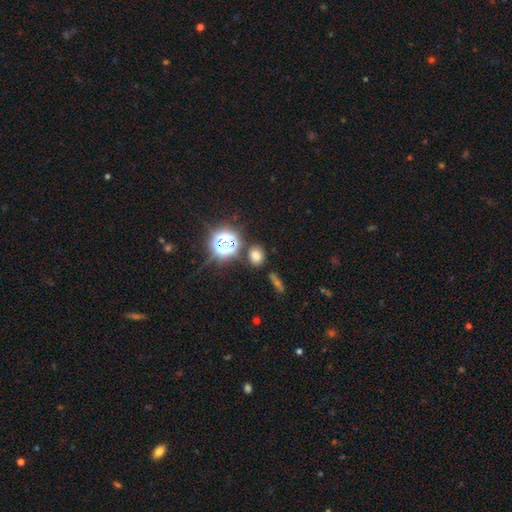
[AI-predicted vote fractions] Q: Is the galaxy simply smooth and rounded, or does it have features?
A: smooth — 67%.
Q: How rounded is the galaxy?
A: round — 56%.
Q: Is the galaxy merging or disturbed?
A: none — 82%.